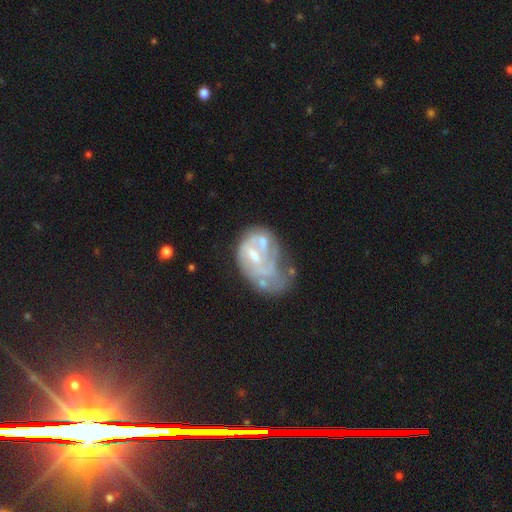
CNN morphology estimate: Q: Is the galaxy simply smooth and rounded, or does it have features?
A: featured or disk — 69%.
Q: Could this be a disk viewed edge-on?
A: no — 98%.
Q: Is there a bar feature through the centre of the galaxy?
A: no — 50%.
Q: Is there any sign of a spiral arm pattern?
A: no — 52%.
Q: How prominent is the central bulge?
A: small — 35%.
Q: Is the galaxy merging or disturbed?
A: major disturbance — 38%.